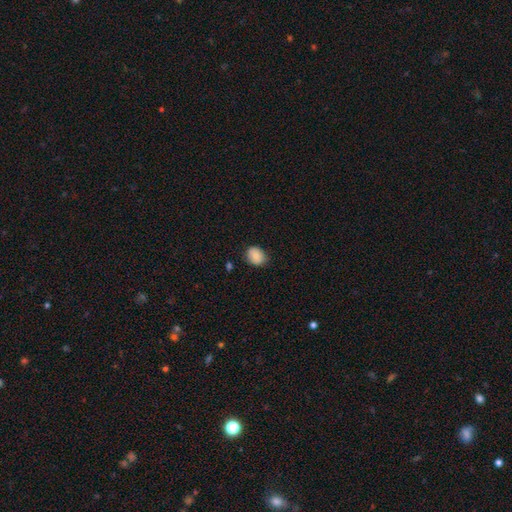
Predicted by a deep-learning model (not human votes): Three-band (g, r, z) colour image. It shows a smooth galaxy with no disk features (79%) that is round (55%). Merging: none (78%).